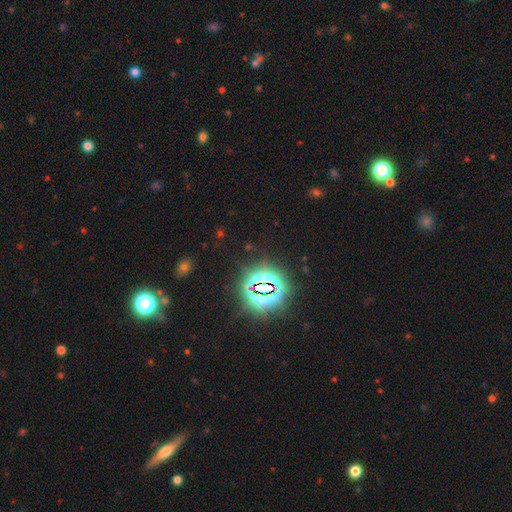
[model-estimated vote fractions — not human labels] This is likely a star or artifact rather than a galaxy (79%).